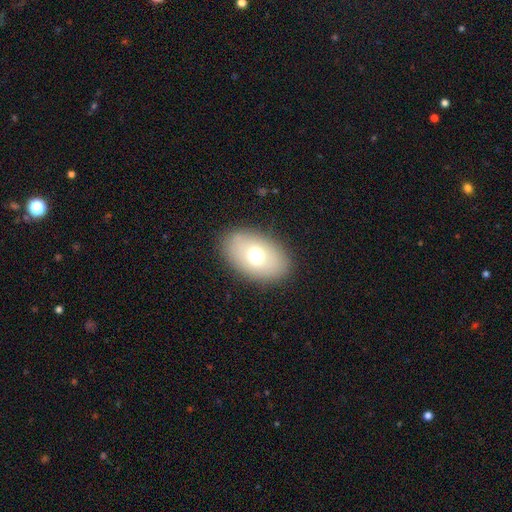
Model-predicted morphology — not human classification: smooth_or_featured: smooth (p=0.67) [alt: featured or disk p=0.22]
how_rounded: in between (p=0.85) [alt: round p=0.13]
merging: none (p=0.86) [alt: minor disturbance p=0.09]